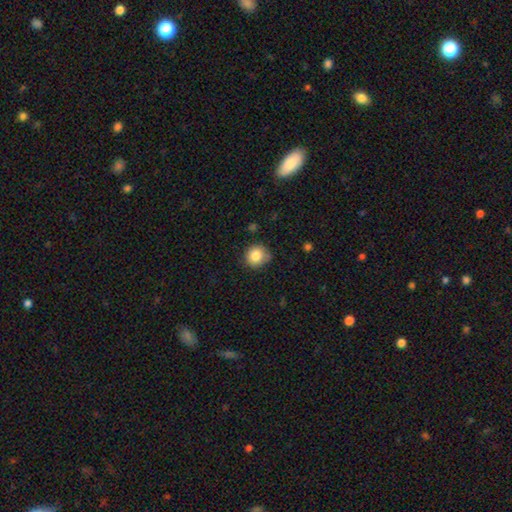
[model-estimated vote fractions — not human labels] A smooth galaxy with no disk features (83%) that is round (89%).

Vote fractions:
- Smooth or featured? smooth: 83% / star or artifact: 10% / featured or disk: 7%
- How rounded? round: 89% / in between: 10% / cigar-shaped: 1%
- Merging? none: 80% / minor disturbance: 15% / major disturbance: 3% / merger: 2%